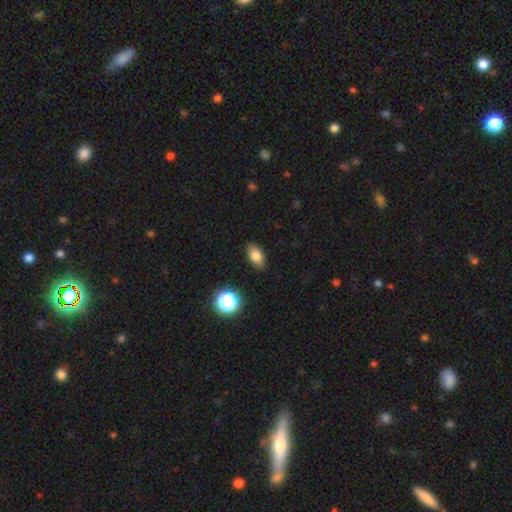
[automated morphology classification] A smooth galaxy with no disk features (79%) that is in between round and cigar-shaped (87%). Merging: none (87%).